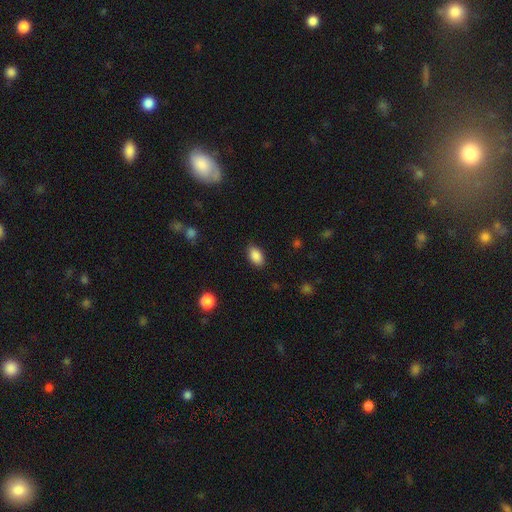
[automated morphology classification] Smooth or featured: smooth — 88% (star or artifact — 8%)
How rounded: in between — 91% (round — 7%)
Merging: none — 85% (minor disturbance — 11%)